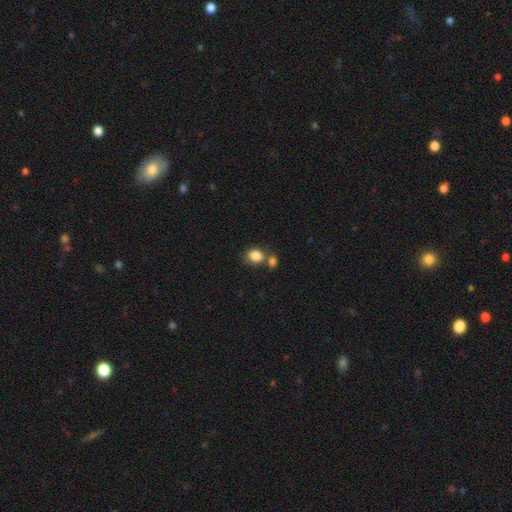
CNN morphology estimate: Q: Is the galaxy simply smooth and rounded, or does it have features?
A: smooth — 85%.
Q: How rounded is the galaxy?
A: round — 58%.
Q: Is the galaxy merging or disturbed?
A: none — 50%.